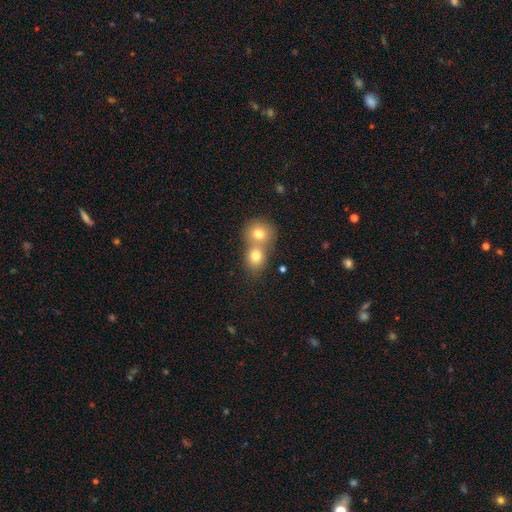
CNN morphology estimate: Overall: smooth (76%). How rounded: round (68%; in between 31%). Merging: merger (61%; none 31%).